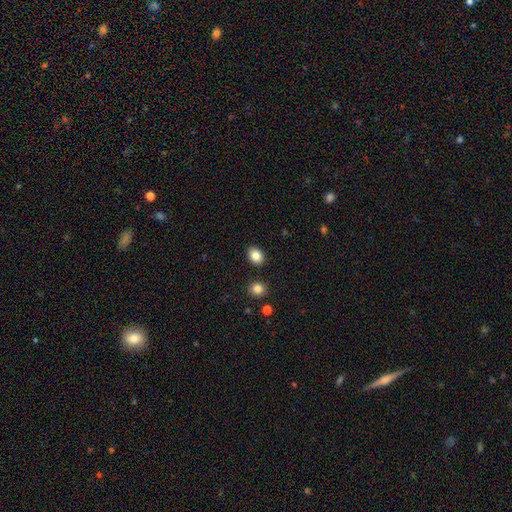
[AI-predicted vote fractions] Overall: smooth (86%). How rounded: in between (64%; round 35%). Merging: none (88%).